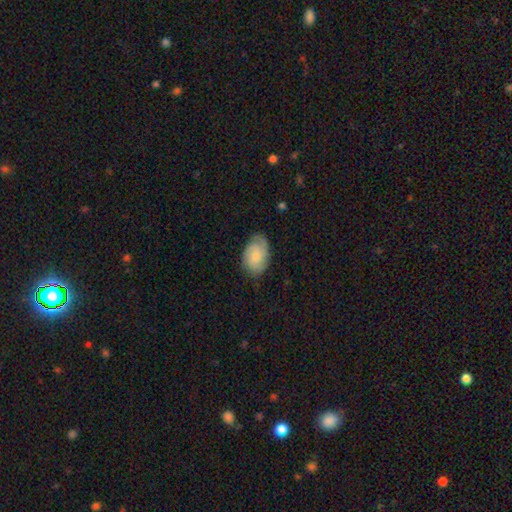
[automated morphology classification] Overall: smooth (50%; featured or disk 43%). How rounded: in between (87%). Merging: none (70%).